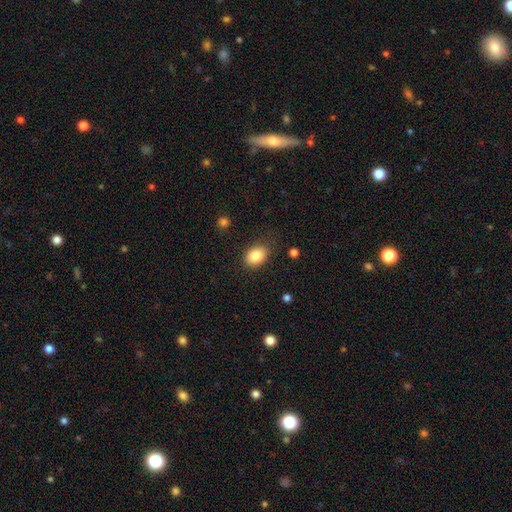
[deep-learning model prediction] smooth_or_featured: smooth (p=0.85) [alt: star or artifact p=0.08]
how_rounded: in between (p=0.76) [alt: round p=0.23]
merging: none (p=0.81) [alt: minor disturbance p=0.14]